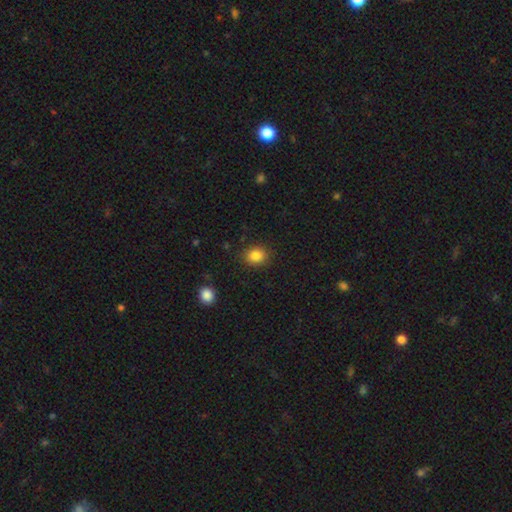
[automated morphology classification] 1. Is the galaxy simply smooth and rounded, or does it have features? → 85% smooth, 10% star or artifact, 5% featured or disk.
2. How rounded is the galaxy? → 58% round, 41% in between, 1% cigar-shaped.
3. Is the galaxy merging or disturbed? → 87% none, 9% minor disturbance, 3% major disturbance, 1% merger.